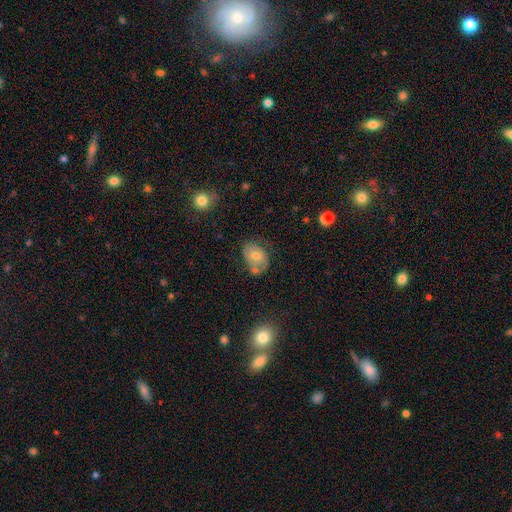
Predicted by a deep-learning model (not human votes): smooth_or_featured: smooth (p=0.47) [alt: featured or disk p=0.43]
merging: none (p=0.46) [alt: minor disturbance p=0.25]